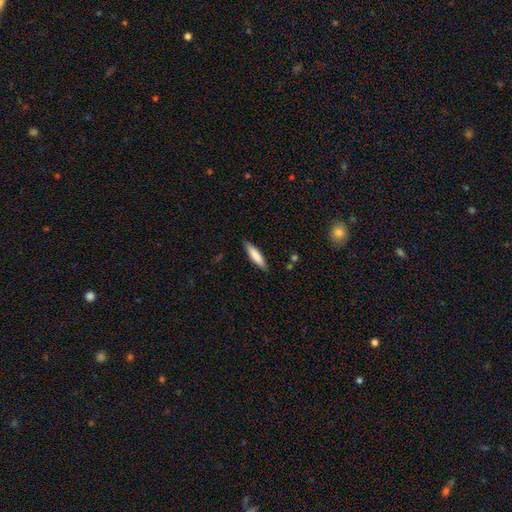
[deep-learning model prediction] Q: Smooth or featured?
A: smooth (78%); runner-up: featured or disk (16%)
Q: How rounded?
A: cigar-shaped (78%); runner-up: in between (21%)
Q: Merging?
A: none (87%); runner-up: minor disturbance (10%)